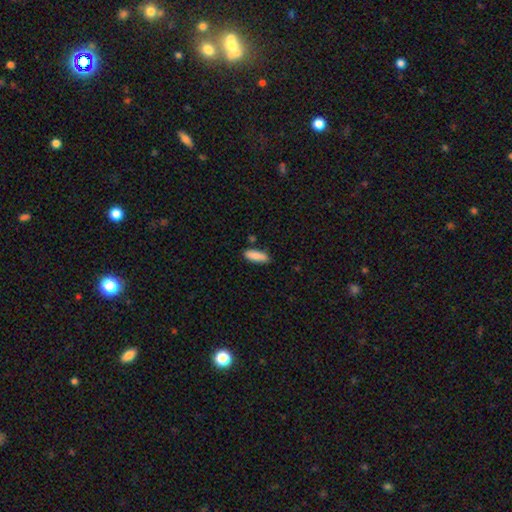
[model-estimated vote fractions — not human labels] Smooth or featured? smooth (85%)
How rounded? in between (64%)
Merging? none (80%)